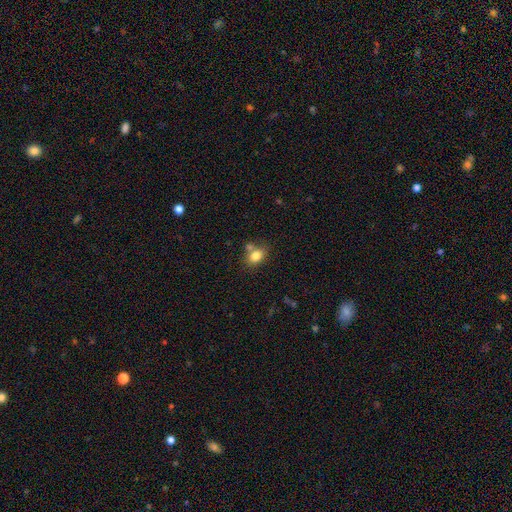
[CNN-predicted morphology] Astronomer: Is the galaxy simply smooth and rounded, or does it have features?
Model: smooth — 81%.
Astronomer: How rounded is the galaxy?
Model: in between — 71%.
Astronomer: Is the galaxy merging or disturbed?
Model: none — 59%.